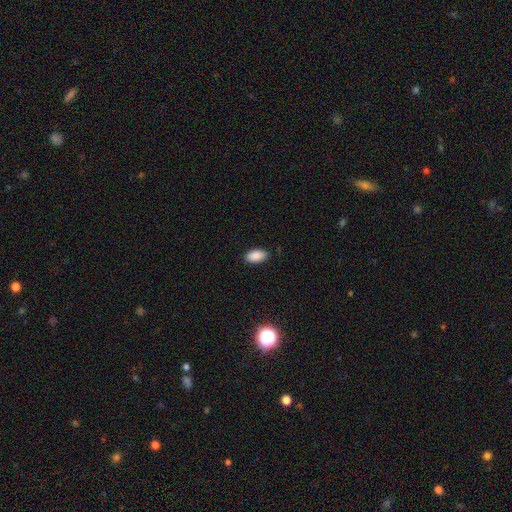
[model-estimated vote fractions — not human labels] Smooth or featured?
  - smooth: 88% *
  - star or artifact: 8%
  - featured or disk: 4%
How rounded?
  - in between: 94% *
  - round: 3%
  - cigar-shaped: 3%
Merging?
  - none: 84% *
  - minor disturbance: 13%
  - major disturbance: 2%
  - merger: 1%